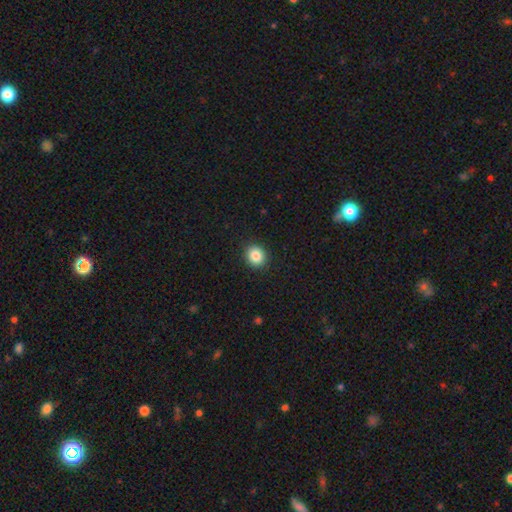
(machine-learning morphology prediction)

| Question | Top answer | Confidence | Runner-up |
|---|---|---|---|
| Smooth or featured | smooth | 86% | star or artifact (10%) |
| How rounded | round | 81% | in between (18%) |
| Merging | none | 92% | minor disturbance (6%) |